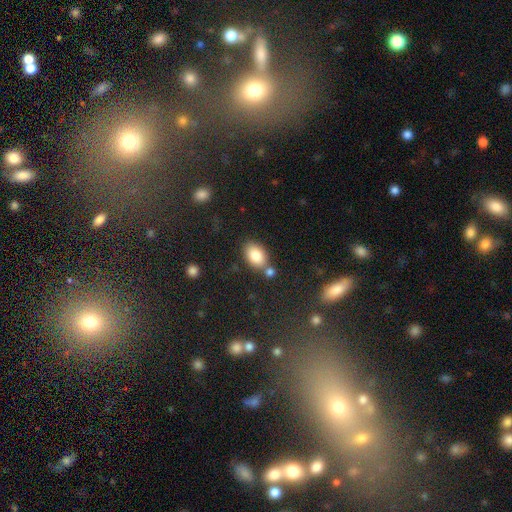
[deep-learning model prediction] smooth 84%, star or artifact 8%, featured or disk 8%. Down the decision tree: how rounded — in between (86%); merging — none (66%).